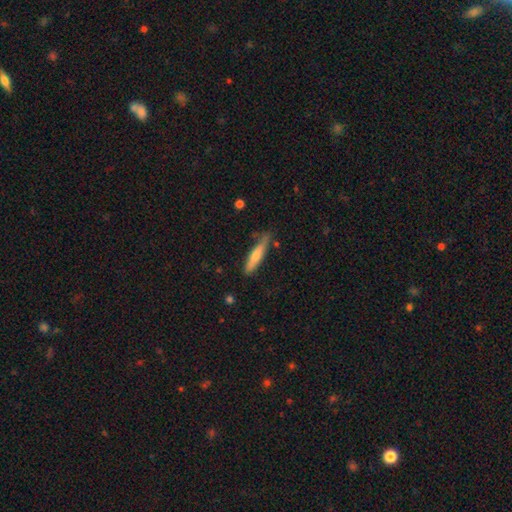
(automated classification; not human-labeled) A smooth galaxy with no disk features (49%).

Vote fractions:
- Smooth or featured? smooth: 49% / featured or disk: 44% / star or artifact: 7%
- Merging? none: 79% / minor disturbance: 17% / major disturbance: 3% / merger: 2%